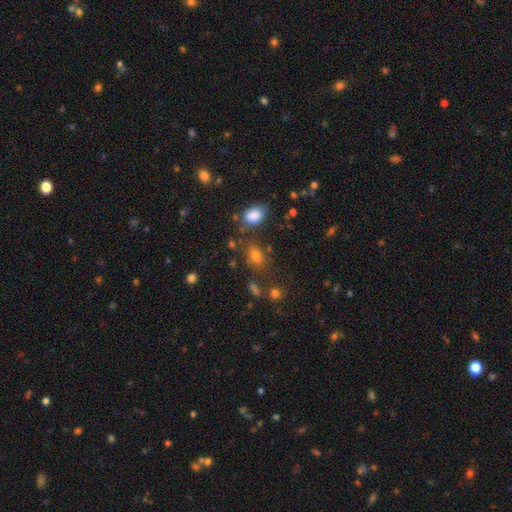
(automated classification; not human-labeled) Overall: smooth (76%). How rounded: in between (74%). Merging: none (71%).